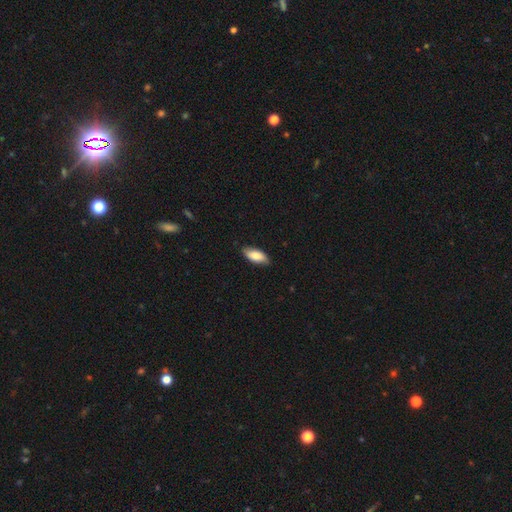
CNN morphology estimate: smooth_or_featured: smooth (p=0.80) [alt: featured or disk p=0.15]
how_rounded: in between (p=0.85) [alt: cigar-shaped p=0.13]
merging: none (p=0.83) [alt: minor disturbance p=0.14]